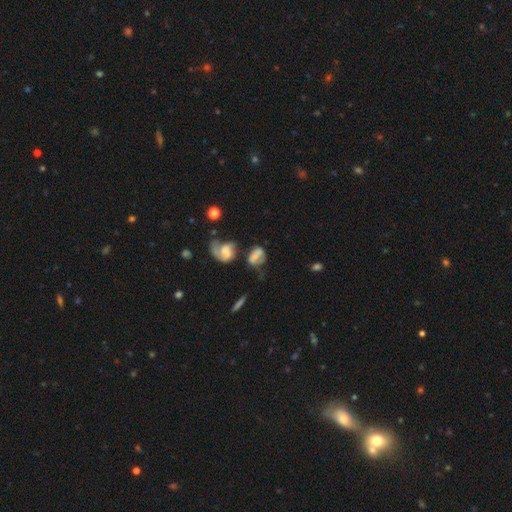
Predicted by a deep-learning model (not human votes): smooth 49%, featured or disk 39%, star or artifact 12%. Down the decision tree: merging — none (33%).